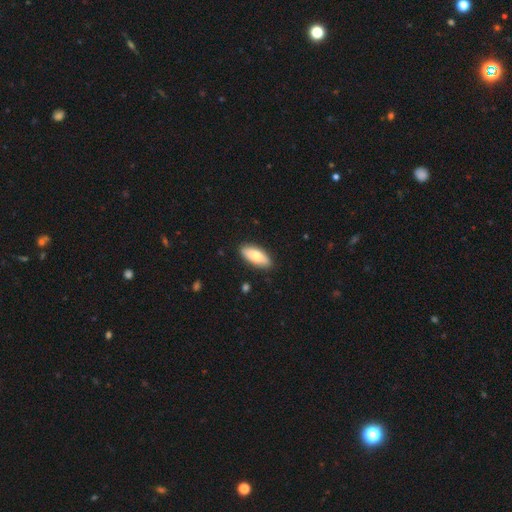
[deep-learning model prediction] Morphology: type=smooth (78%); roundness=in between (83%); merging=none (89%).